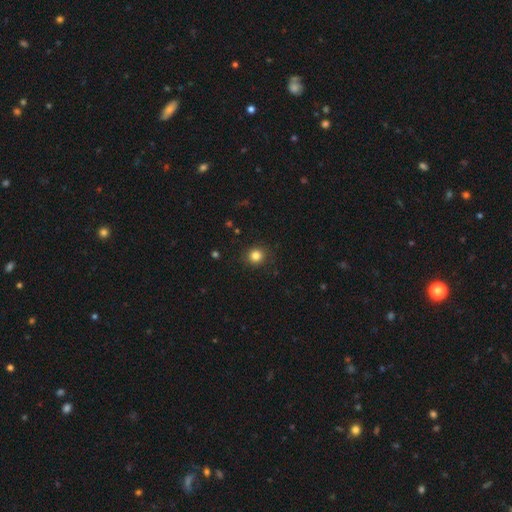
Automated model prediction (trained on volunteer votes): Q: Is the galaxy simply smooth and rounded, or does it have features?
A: smooth — 83%.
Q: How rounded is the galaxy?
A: round — 88%.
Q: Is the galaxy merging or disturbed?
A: none — 89%.